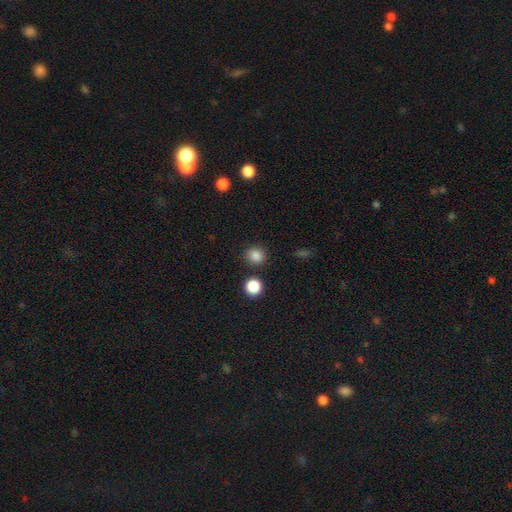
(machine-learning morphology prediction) smooth_or_featured: smooth (p=0.84) [alt: star or artifact p=0.12]
how_rounded: round (p=0.90) [alt: in between p=0.10]
merging: none (p=0.87) [alt: minor disturbance p=0.07]